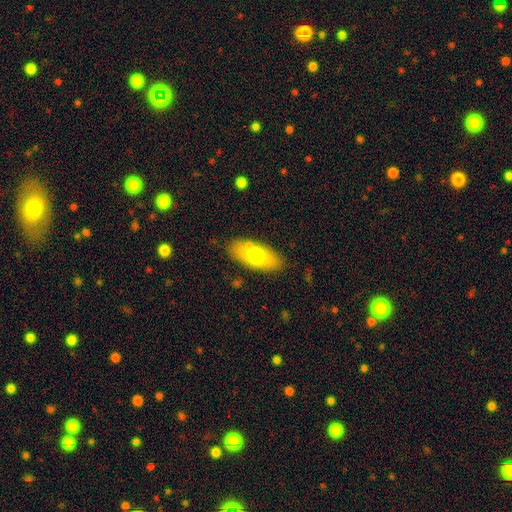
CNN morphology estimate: Smooth or featured? Predicted: smooth (p=0.69). How rounded? Predicted: in between (p=0.84). Merging? Predicted: none (p=0.81).